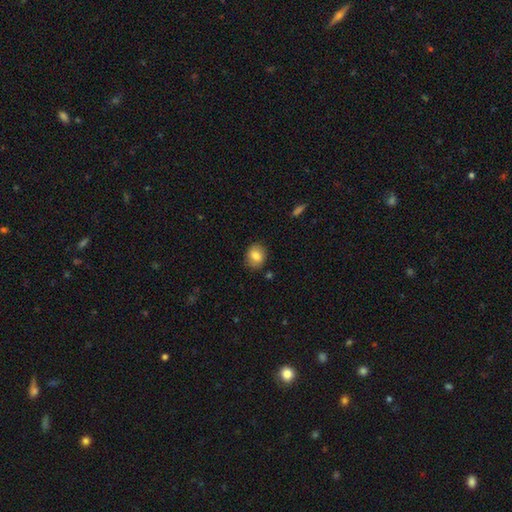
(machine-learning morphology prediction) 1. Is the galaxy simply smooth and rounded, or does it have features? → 81% smooth, 11% featured or disk, 8% star or artifact.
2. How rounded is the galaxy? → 58% round, 41% in between, 1% cigar-shaped.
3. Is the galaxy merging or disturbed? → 84% none, 11% minor disturbance, 3% major disturbance, 2% merger.